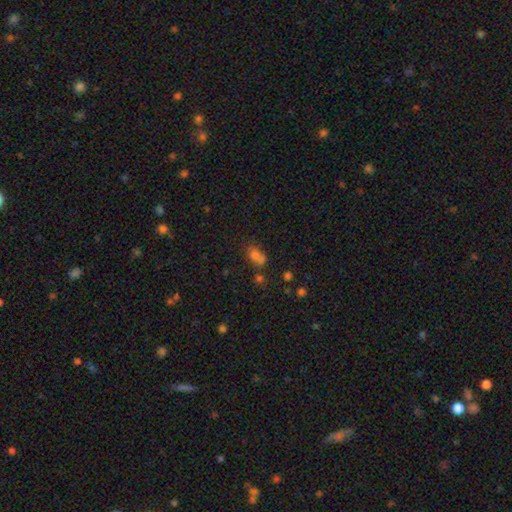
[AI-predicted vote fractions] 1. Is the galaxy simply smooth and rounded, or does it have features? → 66% smooth, 20% star or artifact, 14% featured or disk.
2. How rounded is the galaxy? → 54% round, 44% in between, 2% cigar-shaped.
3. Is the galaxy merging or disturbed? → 47% merger, 36% none, 11% minor disturbance, 6% major disturbance.